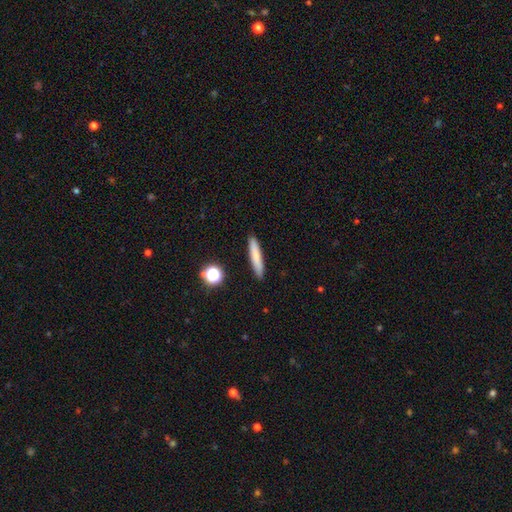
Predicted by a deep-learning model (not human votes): Smooth or featured? smooth (77%)
How rounded? cigar-shaped (91%)
Merging? none (90%)